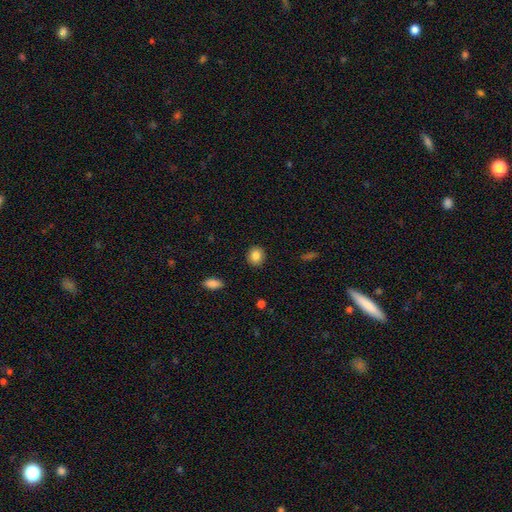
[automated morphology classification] smooth 85%, star or artifact 9%, featured or disk 6%. Down the decision tree: how rounded — round (72%); merging — none (90%).